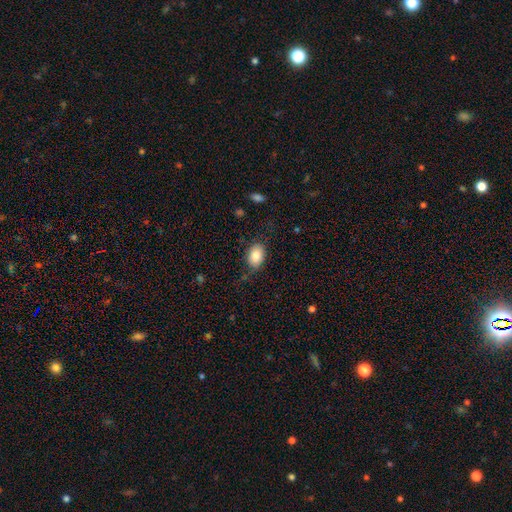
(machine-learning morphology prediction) type=smooth (85%); roundness=in between (84%); merging=none (76%).